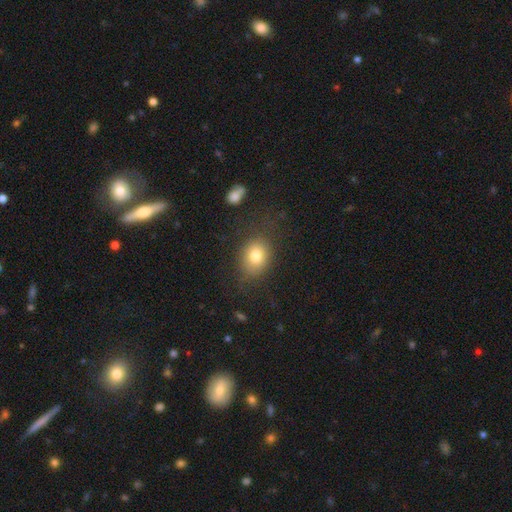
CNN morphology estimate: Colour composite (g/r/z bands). It shows a smooth galaxy with no disk features (79%) that is in between round and cigar-shaped (56%). Merging: none (74%).